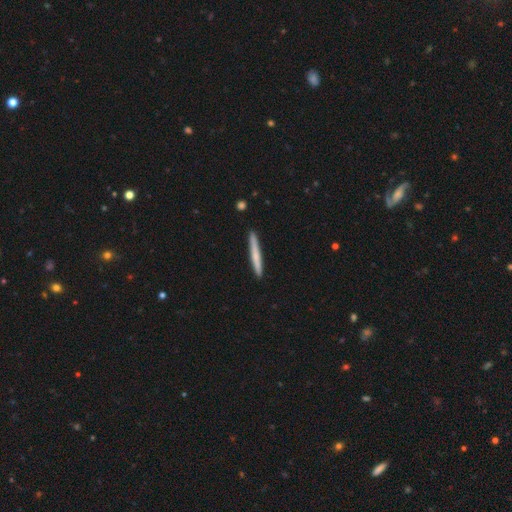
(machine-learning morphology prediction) smooth-or-featured: smooth: 62% | featured or disk: 32% | star or artifact: 5%
  how-rounded: cigar-shaped: 97% | in between: 2% | round: 1%
  merging: none: 91% | minor disturbance: 7% | merger: 1% | major disturbance: 1%